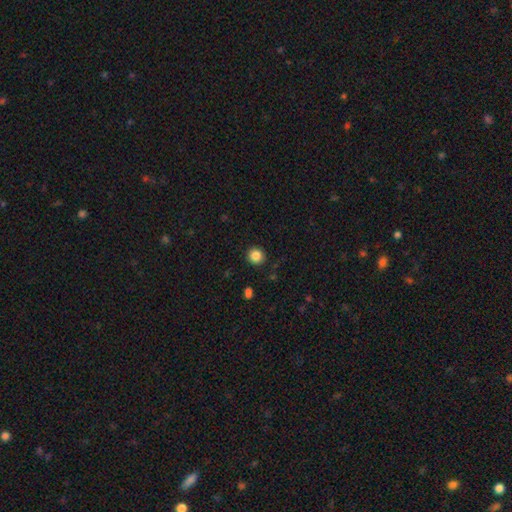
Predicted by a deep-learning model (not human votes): Smooth or featured? Predicted: smooth (p=0.84). How rounded? Predicted: round (p=0.92). Merging? Predicted: none (p=0.90).